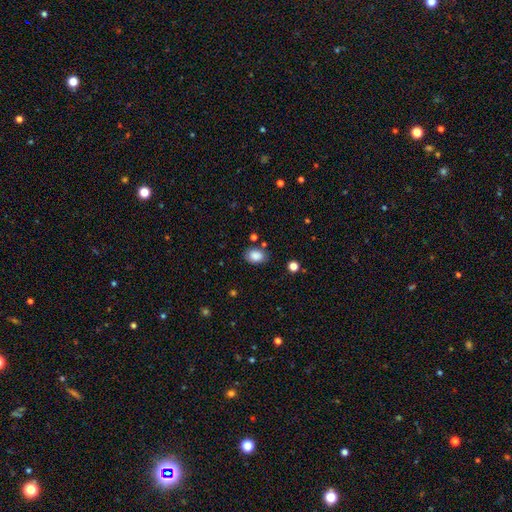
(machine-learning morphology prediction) Overall: smooth (86%). How rounded: in between (73%). Merging: none (79%).